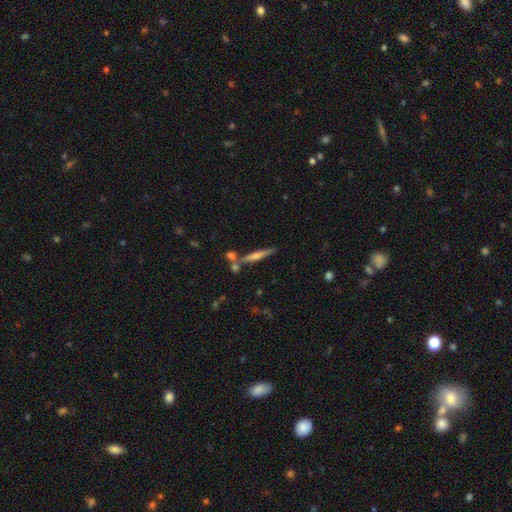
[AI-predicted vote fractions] Smooth or featured: featured or disk — 53% (smooth — 38%)
Edge-on disk: yes — 94% (no — 6%)
Merging: none — 72% (merger — 15%)